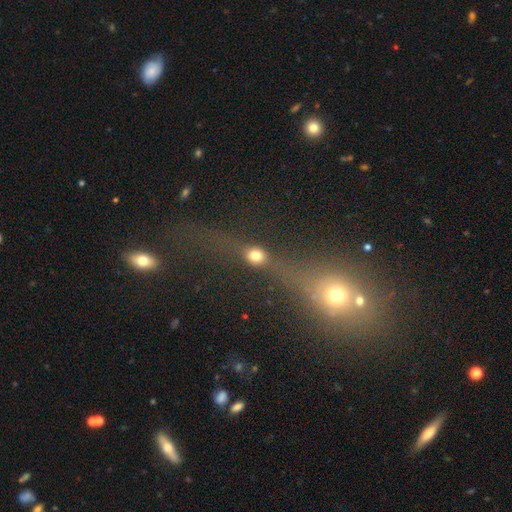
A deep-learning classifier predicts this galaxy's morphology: smooth 61%, featured or disk 21%, star or artifact 17%. Down the decision tree: how rounded — round (51%); merging — none (54%).